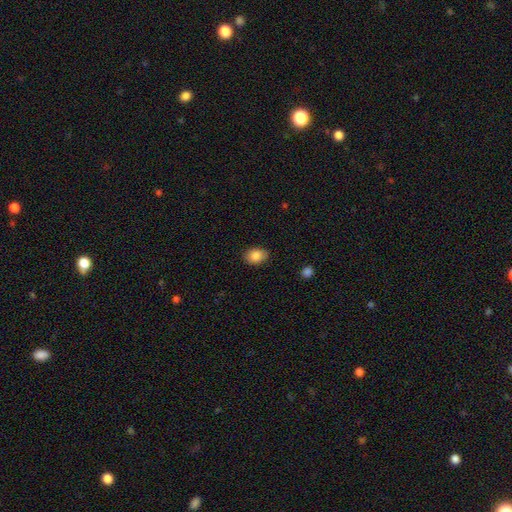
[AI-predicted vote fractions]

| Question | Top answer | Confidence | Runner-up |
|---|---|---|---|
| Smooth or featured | smooth | 86% | star or artifact (8%) |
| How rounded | in between | 72% | round (27%) |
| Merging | none | 85% | minor disturbance (11%) |